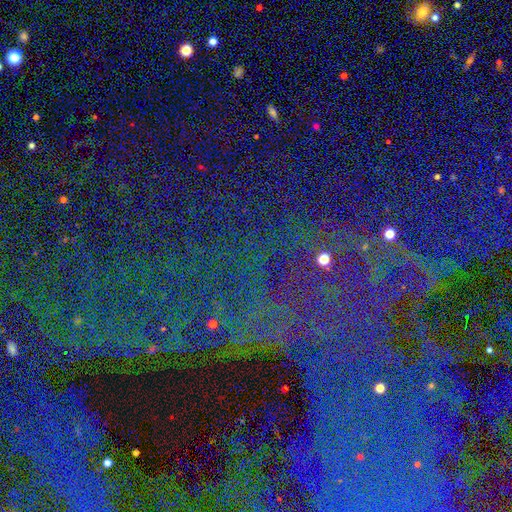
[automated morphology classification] This is clearly a star or artifact rather than a galaxy (83%).